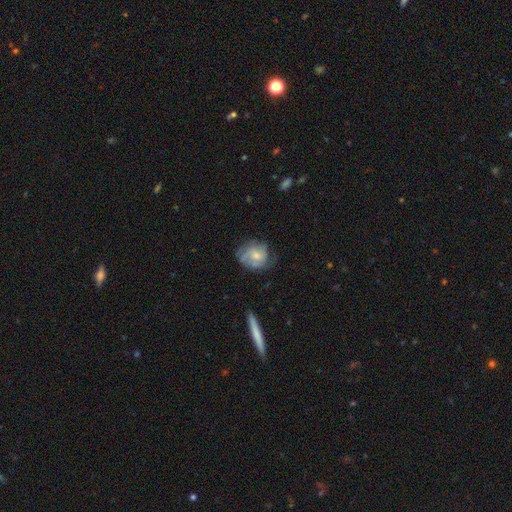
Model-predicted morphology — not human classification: Q: Smooth or featured?
A: featured or disk (48%); runner-up: smooth (45%)
Q: Merging?
A: none (55%); runner-up: minor disturbance (28%)